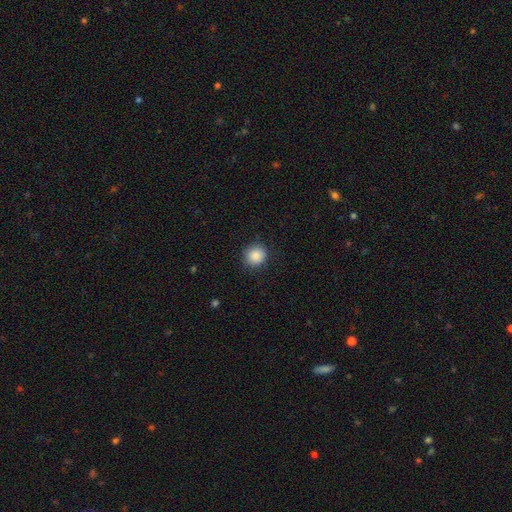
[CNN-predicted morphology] smooth_or_featured: smooth (p=0.88) [alt: star or artifact p=0.09]
how_rounded: round (p=0.89) [alt: in between p=0.11]
merging: none (p=0.88) [alt: minor disturbance p=0.09]